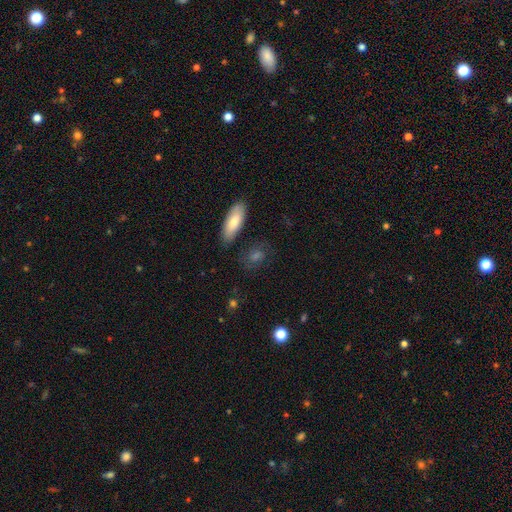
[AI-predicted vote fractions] A smooth galaxy with no disk features (63%) that is in between round and cigar-shaped (62%).

Vote fractions:
- Smooth or featured? smooth: 63% / featured or disk: 20% / star or artifact: 17%
- How rounded? in between: 62% / round: 20% / cigar-shaped: 18%
- Merging? none: 76% / minor disturbance: 15% / major disturbance: 5% / merger: 4%